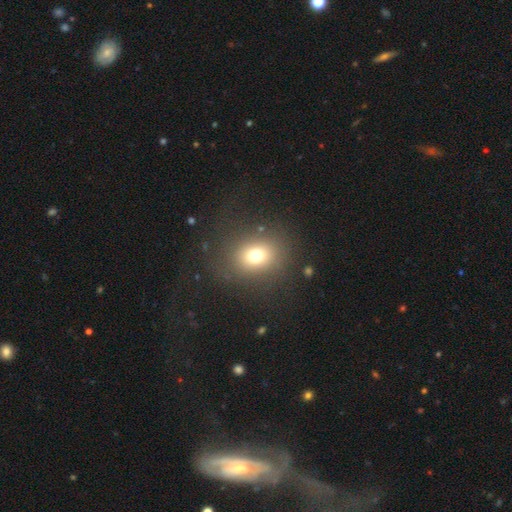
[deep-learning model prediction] Smooth or featured? smooth (72%)
How rounded? round (65%)
Merging? none (82%)